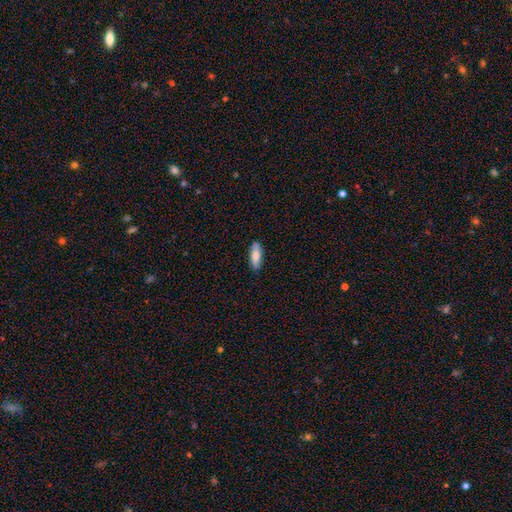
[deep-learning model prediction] This is likely a smooth galaxy (75%). How rounded: likely in between (67%). Merging: clearly none (85%).